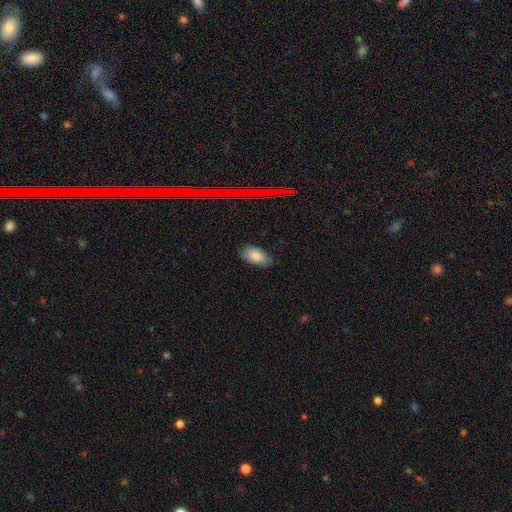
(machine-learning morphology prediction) The model was most divided on "merging": none: 77%, minor disturbance: 19%, major disturbance: 3%, merger: 1%. More confident: how rounded — in between (93%); smooth or featured — smooth (81%).